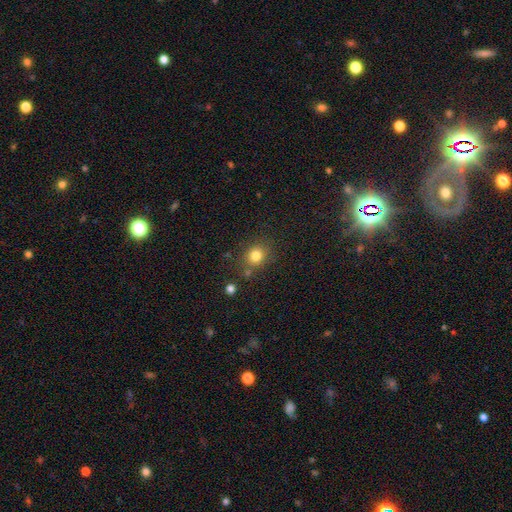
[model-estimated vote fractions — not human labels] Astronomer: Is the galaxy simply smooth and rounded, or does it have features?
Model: smooth — 81%.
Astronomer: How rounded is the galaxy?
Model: round — 75%.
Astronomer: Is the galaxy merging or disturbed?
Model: none — 77%.